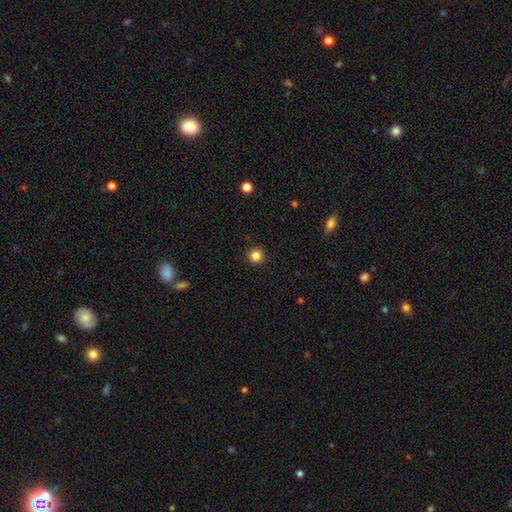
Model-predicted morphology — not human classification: smooth 85%, star or artifact 12%, featured or disk 3%. Down the decision tree: how rounded — round (96%); merging — none (93%).